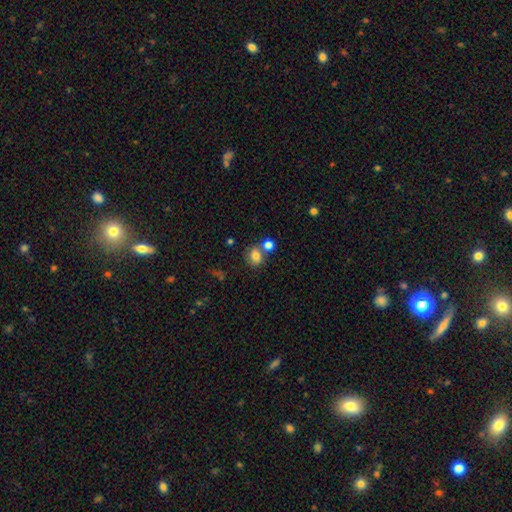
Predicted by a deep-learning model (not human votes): A smooth galaxy with no disk features (77%) that is round (57%).

Vote fractions:
- Smooth or featured? smooth: 77% / star or artifact: 12% / featured or disk: 11%
- How rounded? round: 57% / in between: 42% / cigar-shaped: 1%
- Merging? none: 54% / merger: 29% / minor disturbance: 12% / major disturbance: 5%